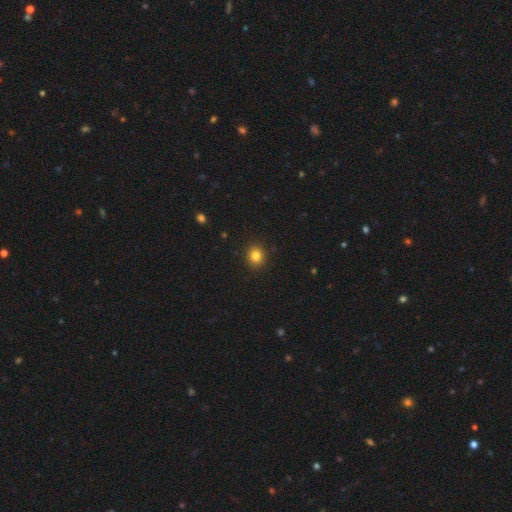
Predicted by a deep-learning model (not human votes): smooth-or-featured: smooth: 82% | star or artifact: 12% | featured or disk: 6%
  how-rounded: round: 82% | in between: 17% | cigar-shaped: 1%
  merging: none: 92% | minor disturbance: 5% | major disturbance: 2% | merger: 1%